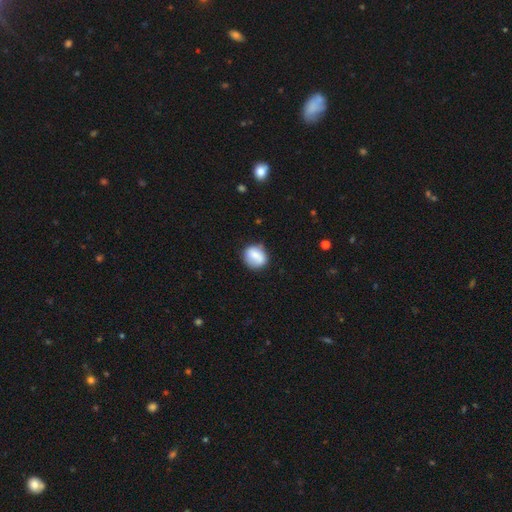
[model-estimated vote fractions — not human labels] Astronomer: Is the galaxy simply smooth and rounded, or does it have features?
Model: smooth — 73%.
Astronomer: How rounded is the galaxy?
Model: round — 74%.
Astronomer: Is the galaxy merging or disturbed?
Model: none — 72%.